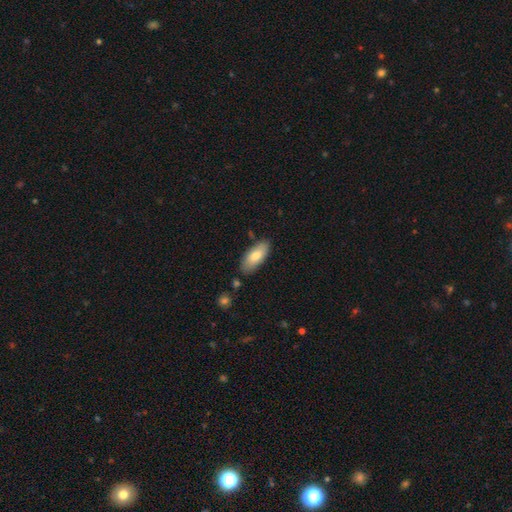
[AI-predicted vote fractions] A smooth galaxy with no disk features (78%) that is in between round and cigar-shaped (85%). Merging: none (81%).